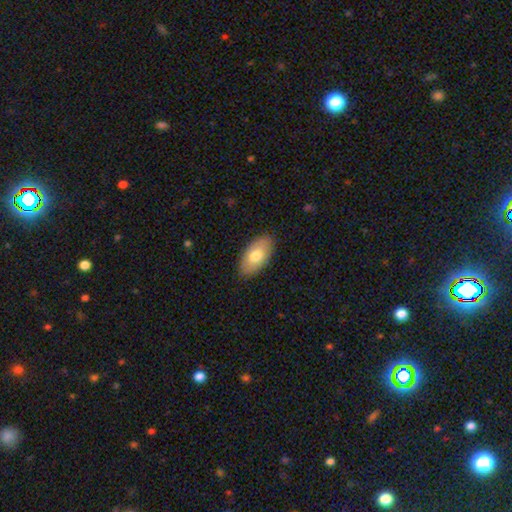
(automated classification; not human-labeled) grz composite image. It shows a smooth galaxy with no disk features (73%) that is in between round and cigar-shaped (94%). Merging: none (85%).